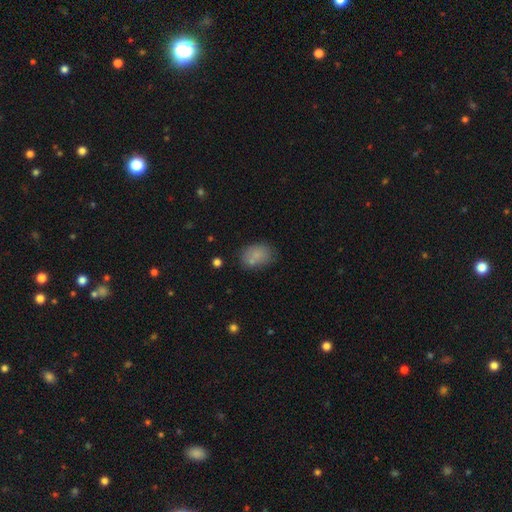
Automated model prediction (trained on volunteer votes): Q: Smooth or featured?
A: smooth (80%); runner-up: featured or disk (10%)
Q: How rounded?
A: in between (77%); runner-up: round (21%)
Q: Merging?
A: none (66%); runner-up: minor disturbance (17%)